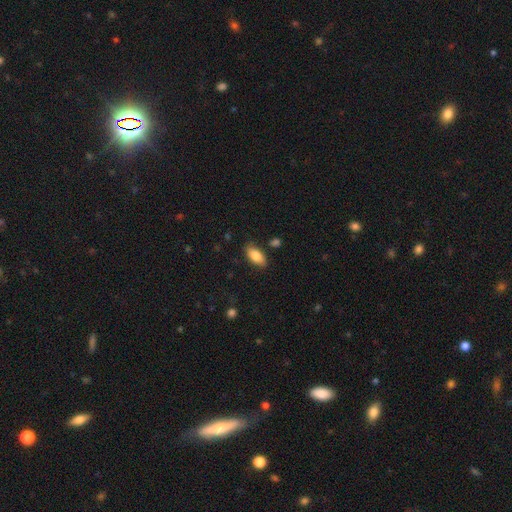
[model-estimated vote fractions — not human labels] Smooth or featured: smooth — 85% (featured or disk — 9%)
How rounded: in between — 91% (cigar-shaped — 6%)
Merging: none — 83% (minor disturbance — 12%)